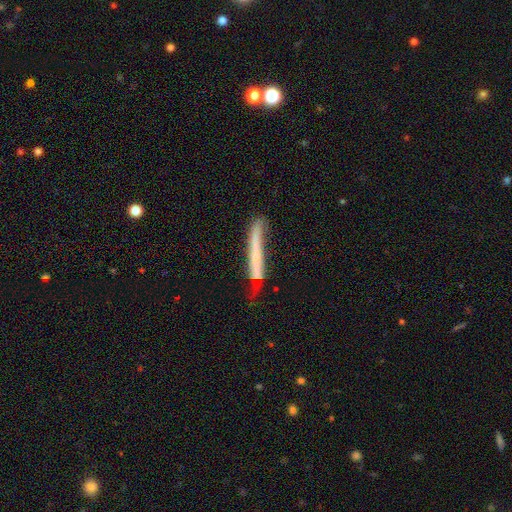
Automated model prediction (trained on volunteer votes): The model was most divided on "smooth or featured": smooth: 51%, featured or disk: 41%, star or artifact: 7%. Remaining: how rounded — cigar-shaped (96%); merging — none (43%).